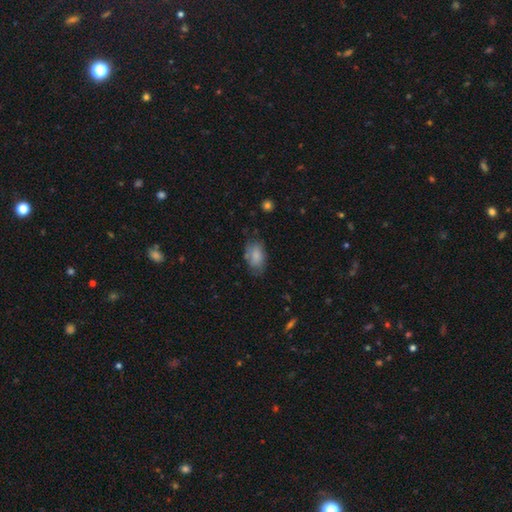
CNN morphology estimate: This appears to be a smooth galaxy with no disk features (80%) that is in between round and cigar-shaped (90%). Merging: none (62%).